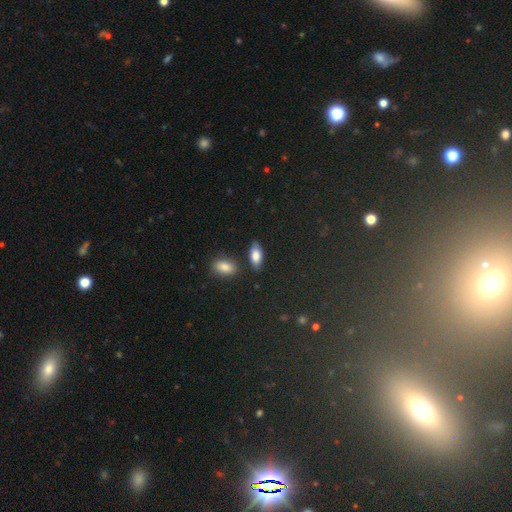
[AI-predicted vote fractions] A smooth galaxy with no disk features (82%) that is in between round and cigar-shaped (89%). Merging: none (79%).